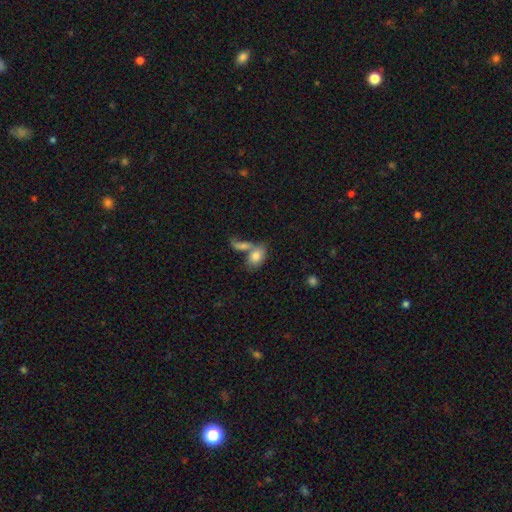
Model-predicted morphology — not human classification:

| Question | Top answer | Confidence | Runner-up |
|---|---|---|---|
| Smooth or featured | smooth | 78% | featured or disk (14%) |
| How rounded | in between | 87% | round (11%) |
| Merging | merger | 47% | none (36%) |